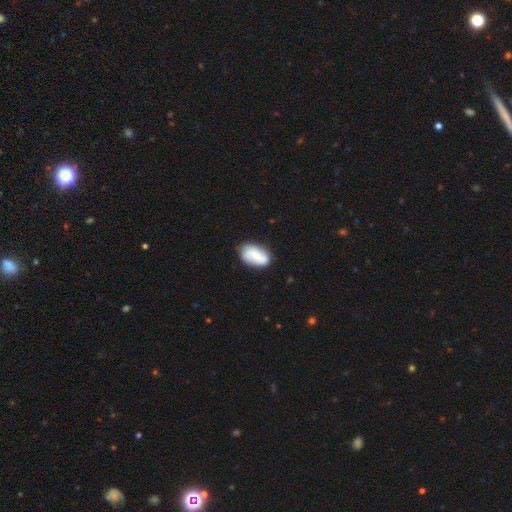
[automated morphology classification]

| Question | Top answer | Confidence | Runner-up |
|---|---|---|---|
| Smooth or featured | smooth | 67% | featured or disk (26%) |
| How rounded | in between | 92% | round (6%) |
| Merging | none | 71% | minor disturbance (21%) |